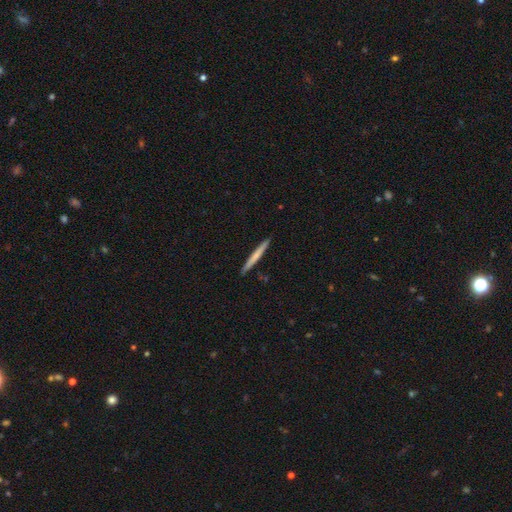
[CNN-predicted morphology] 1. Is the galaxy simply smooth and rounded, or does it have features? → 62% smooth, 33% featured or disk, 5% star or artifact.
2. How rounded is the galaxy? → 97% cigar-shaped, 2% in between, 1% round.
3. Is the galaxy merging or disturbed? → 91% none, 6% minor disturbance, 1% major disturbance, 1% merger.